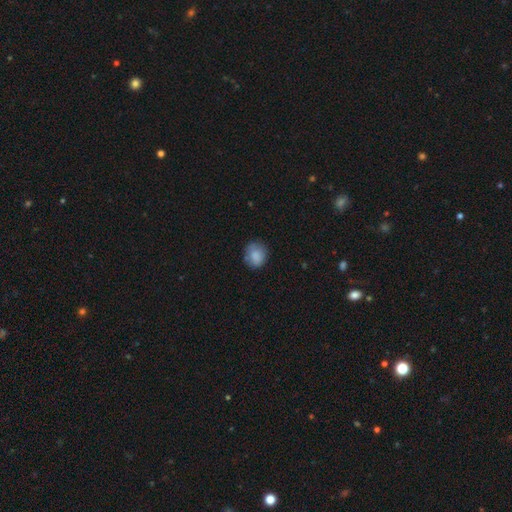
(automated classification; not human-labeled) This is clearly a smooth galaxy (83%). How rounded: likely round (75%). Merging: likely none (75%).